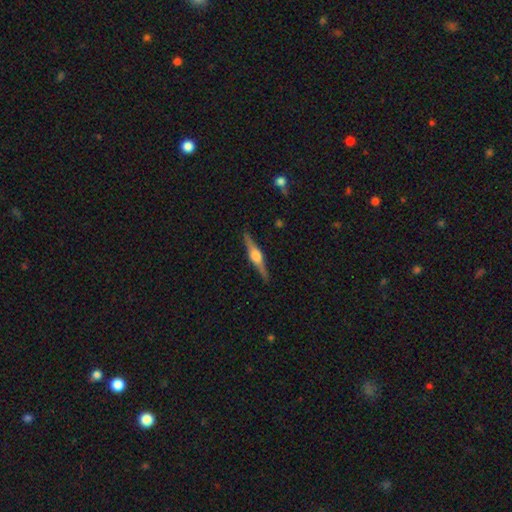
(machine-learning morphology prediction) Overall: featured or disk (81%). Edge-on disk: yes (98%). Edge-on bulge: rounded (91%). Merging: none (91%).